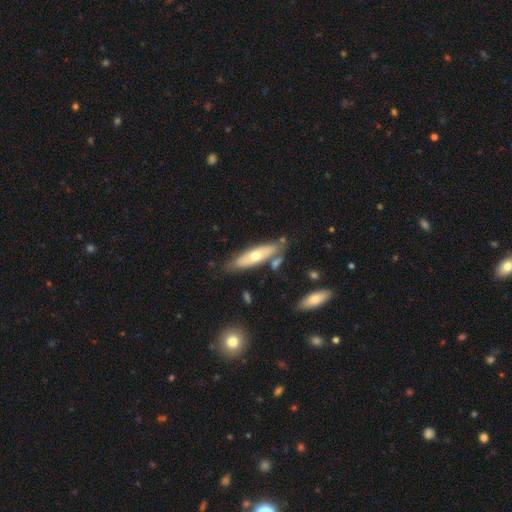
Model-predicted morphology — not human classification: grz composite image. It shows a smooth galaxy with no disk features (52%) that is cigar-shaped (56%). Merging: none (71%).